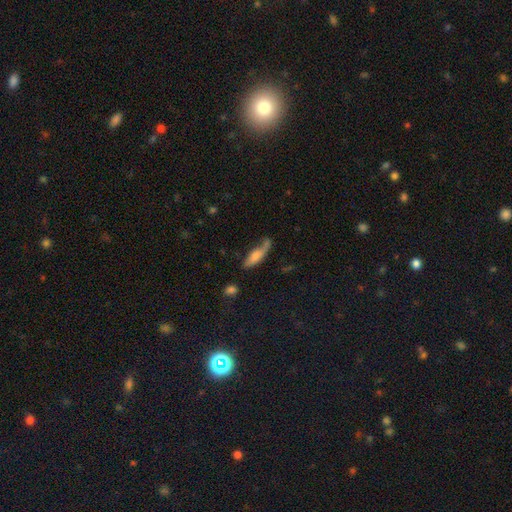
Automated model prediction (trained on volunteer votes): Smooth or featured? smooth (65%)
How rounded? cigar-shaped (54%)
Merging? none (47%)